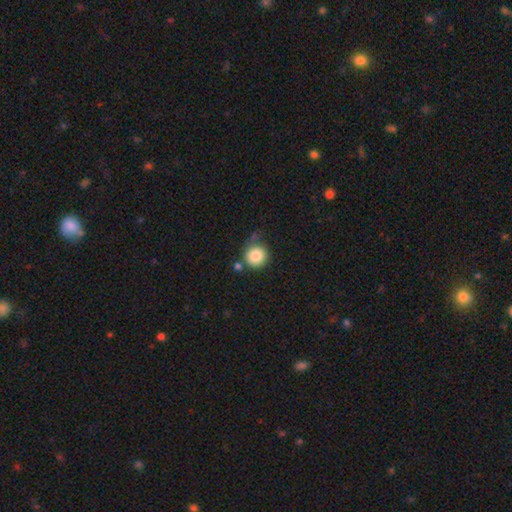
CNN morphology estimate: Overall: smooth (85%). How rounded: round (93%). Merging: none (67%).